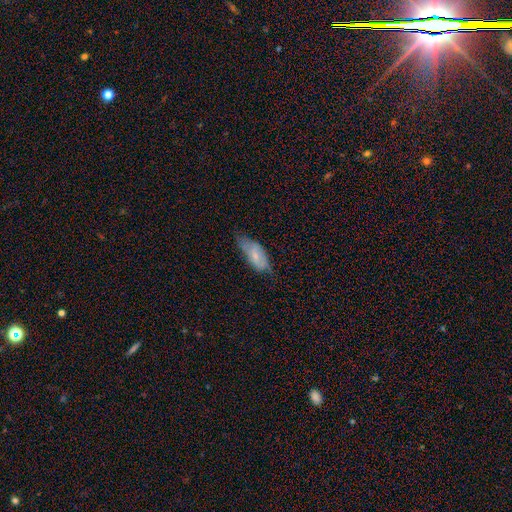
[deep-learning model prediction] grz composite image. It shows a smooth galaxy with no disk features (67%) that is in between round and cigar-shaped (86%). Merging: none (43%).